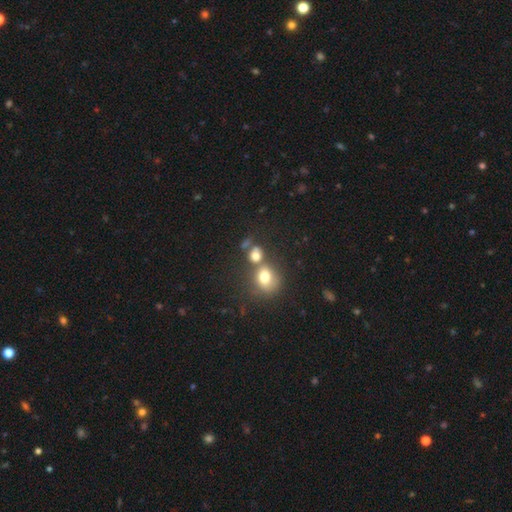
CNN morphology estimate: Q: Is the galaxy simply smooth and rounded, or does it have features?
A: smooth — 74%.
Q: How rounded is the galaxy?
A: round — 65%.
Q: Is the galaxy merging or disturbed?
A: merger — 43%.